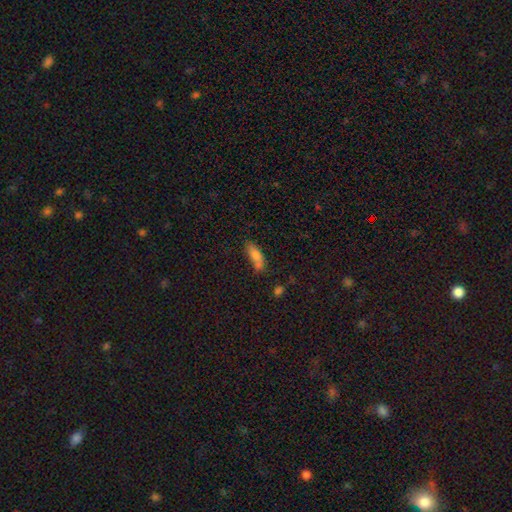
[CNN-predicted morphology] smooth-or-featured: smooth: 75% | featured or disk: 13% | star or artifact: 12%
  how-rounded: in between: 68% | cigar-shaped: 28% | round: 4%
  merging: none: 46% | merger: 29% | minor disturbance: 18% | major disturbance: 6%